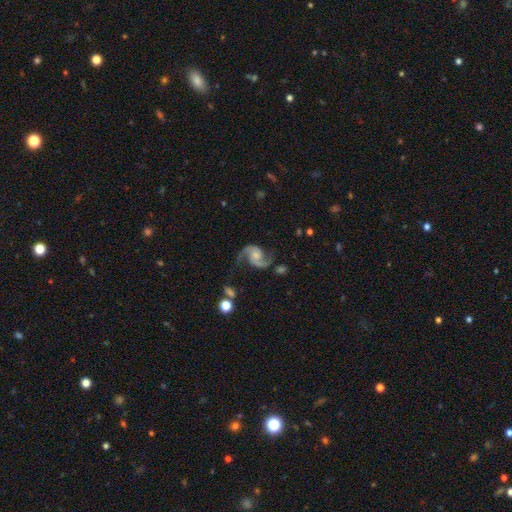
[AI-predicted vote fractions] smooth_or_featured: featured or disk (p=0.91) [alt: star or artifact p=0.05]
disk_edge_on: no (p=0.98) [alt: yes p=0.02]
bar: no (p=0.66) [alt: weak p=0.27]
has_spiral_arms: yes (p=0.98) [alt: no p=0.02]
spiral_winding: medium (p=0.49) [alt: loose p=0.40]
spiral_arm_count: 2 (p=0.94) [alt: 1 p=0.01]
bulge_size: small (p=0.43) [alt: moderate p=0.36]
merging: none (p=0.72) [alt: minor disturbance p=0.16]